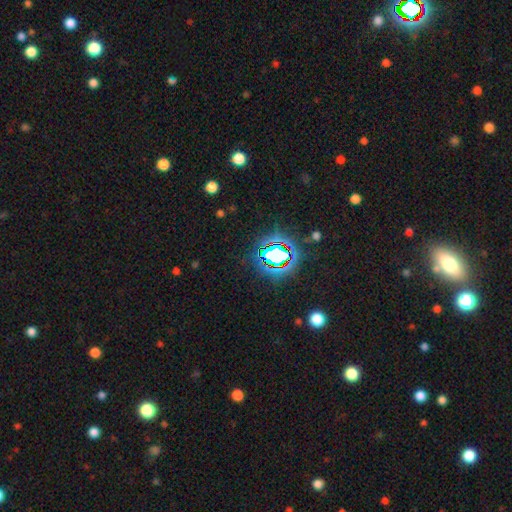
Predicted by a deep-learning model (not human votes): star or artifact 78%, smooth 14%, featured or disk 8%.